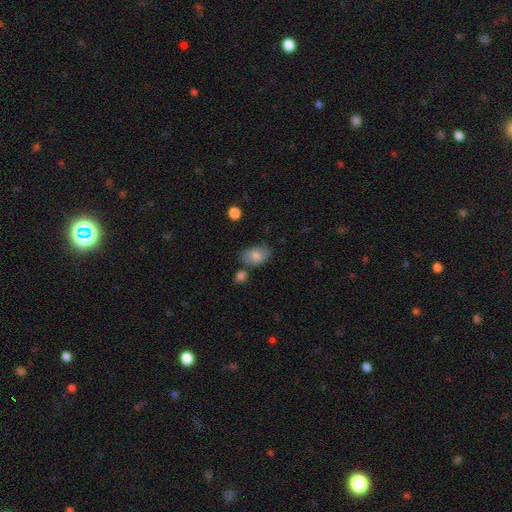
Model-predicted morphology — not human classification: A smooth galaxy with no disk features (78%) that is in between round and cigar-shaped (86%).

Vote fractions:
- Smooth or featured? smooth: 78% / featured or disk: 14% / star or artifact: 7%
- How rounded? in between: 86% / round: 12% / cigar-shaped: 1%
- Merging? none: 66% / minor disturbance: 20% / merger: 9% / major disturbance: 5%